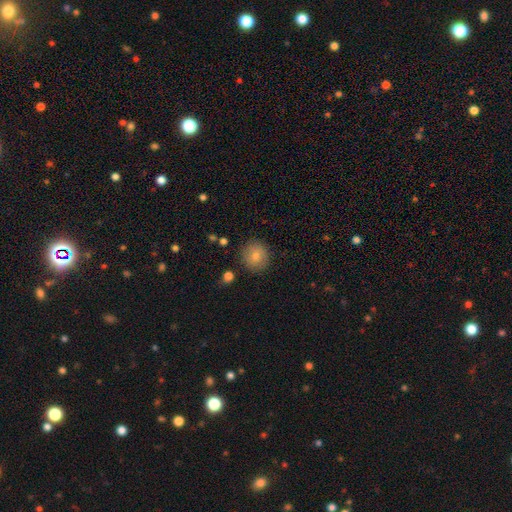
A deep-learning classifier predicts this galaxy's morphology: This appears to be a smooth galaxy with no disk features (81%) that is round (88%). Merging: none (87%).